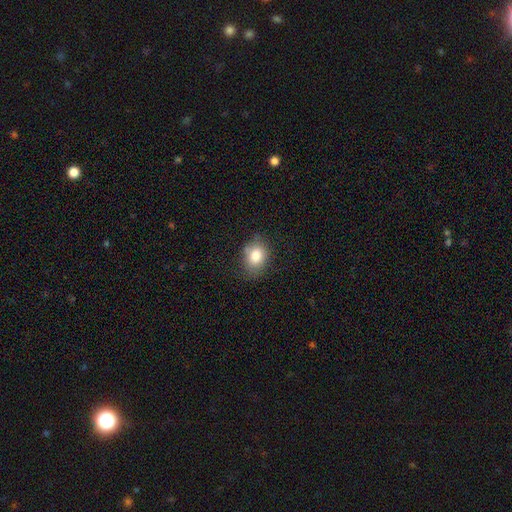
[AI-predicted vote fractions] smooth-or-featured: smooth: 82% | star or artifact: 9% | featured or disk: 9%
  how-rounded: in between: 55% | round: 44% | cigar-shaped: 1%
  merging: none: 72% | minor disturbance: 21% | major disturbance: 5% | merger: 2%